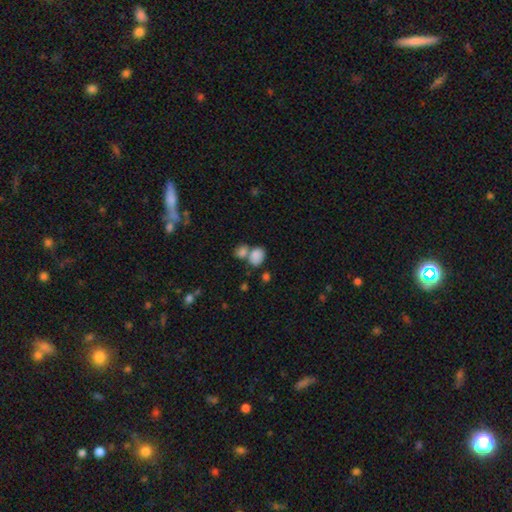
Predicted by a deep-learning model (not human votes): A smooth galaxy with no disk features (83%) that is in between round and cigar-shaped (66%). Merging: merger (52%).